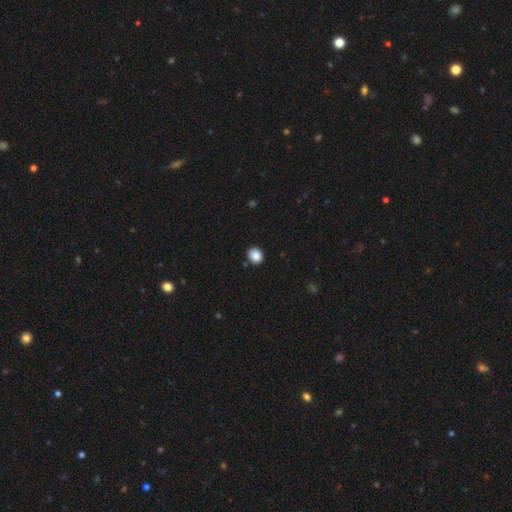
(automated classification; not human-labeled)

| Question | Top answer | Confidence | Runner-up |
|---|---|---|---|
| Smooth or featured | smooth | 87% | star or artifact (9%) |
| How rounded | round | 70% | in between (29%) |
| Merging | none | 88% | minor disturbance (8%) |